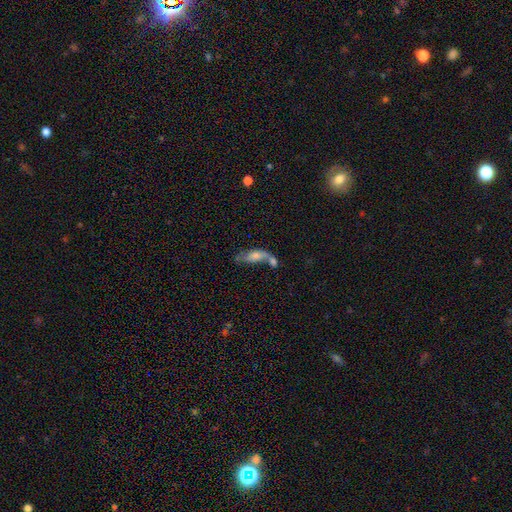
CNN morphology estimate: Q: Smooth or featured?
A: smooth (47%); runner-up: featured or disk (42%)
Q: Merging?
A: merger (42%); runner-up: none (27%)